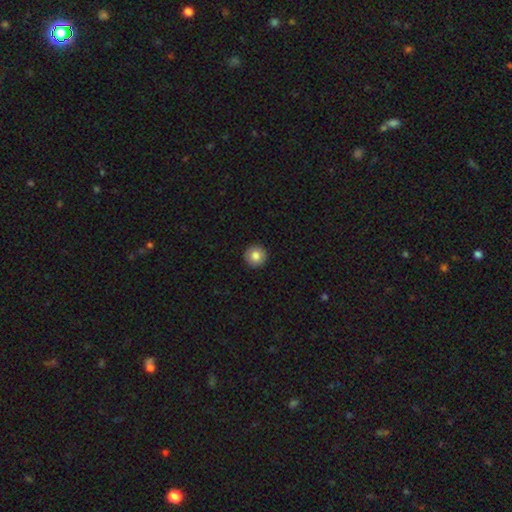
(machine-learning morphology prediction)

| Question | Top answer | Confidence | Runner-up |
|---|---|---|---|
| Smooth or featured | smooth | 83% | star or artifact (9%) |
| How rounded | round | 96% | in between (3%) |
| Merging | none | 93% | minor disturbance (5%) |